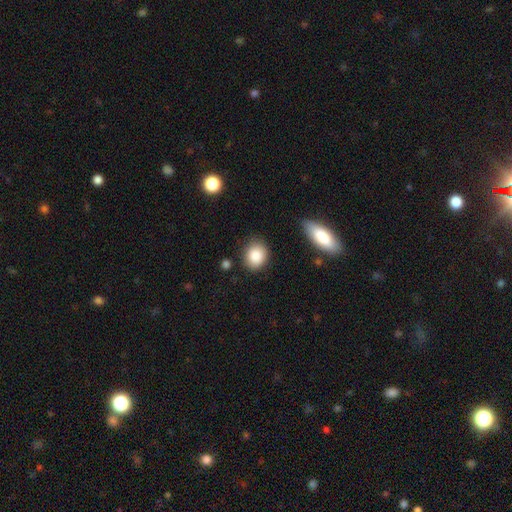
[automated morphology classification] This is clearly a smooth galaxy (87%). How rounded: possibly round (53%). Merging: clearly none (81%).